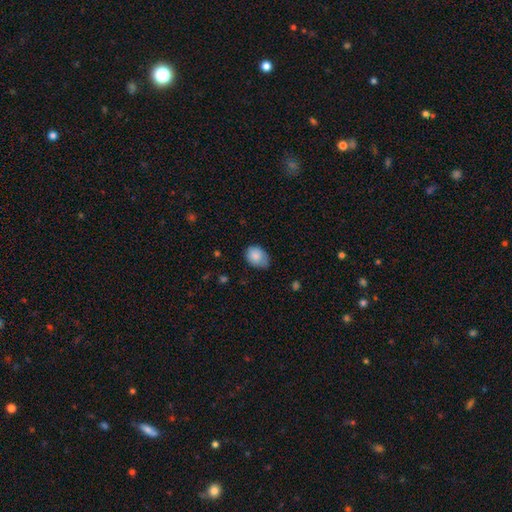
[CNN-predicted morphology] A smooth galaxy with no disk features (84%) that is in between round and cigar-shaped (67%).

Vote fractions:
- Smooth or featured? smooth: 84% / featured or disk: 9% / star or artifact: 7%
- How rounded? in between: 67% / round: 32% / cigar-shaped: 1%
- Merging? none: 58% / minor disturbance: 34% / major disturbance: 6% / merger: 1%